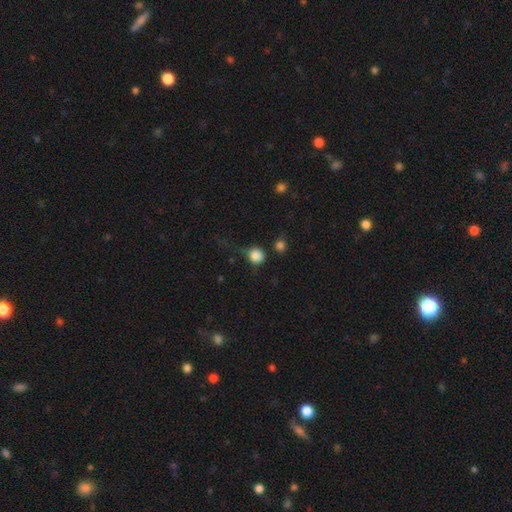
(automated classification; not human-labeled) Smooth or featured? Predicted: smooth (p=0.84). How rounded? Predicted: round (p=0.85). Merging? Predicted: none (p=0.51).